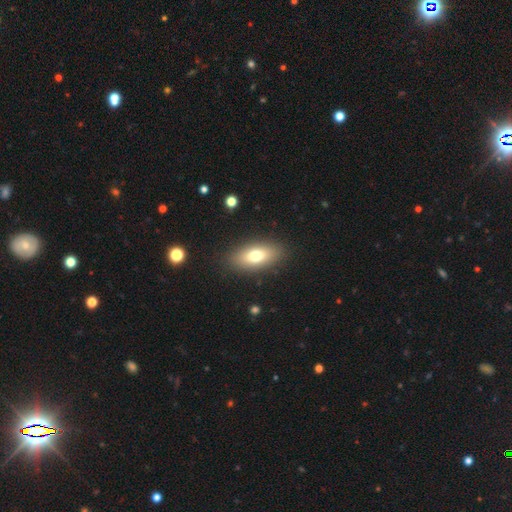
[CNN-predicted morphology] Smooth or featured? smooth (73%)
How rounded? in between (84%)
Merging? none (87%)